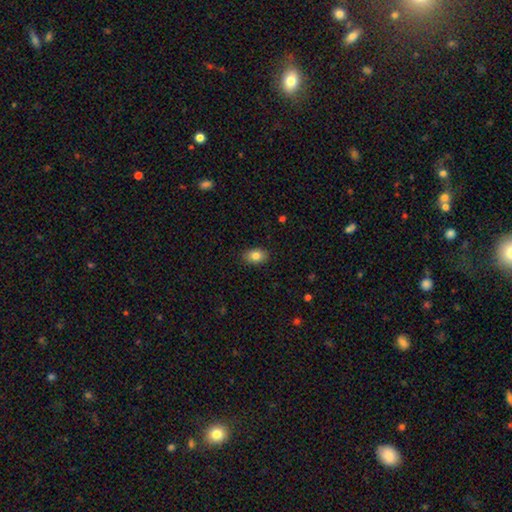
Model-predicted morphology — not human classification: A smooth galaxy with no disk features (82%) that is in between round and cigar-shaped (82%). Merging: none (89%).